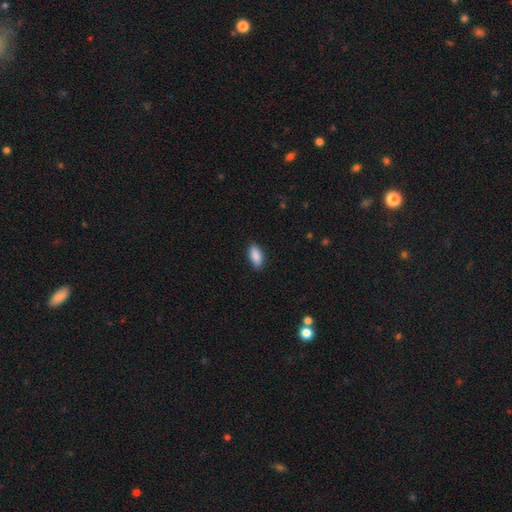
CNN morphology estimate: Smooth or featured?
  - smooth: 89% *
  - star or artifact: 6%
  - featured or disk: 5%
How rounded?
  - in between: 89% *
  - cigar-shaped: 8%
  - round: 3%
Merging?
  - none: 85% *
  - minor disturbance: 12%
  - major disturbance: 2%
  - merger: 1%